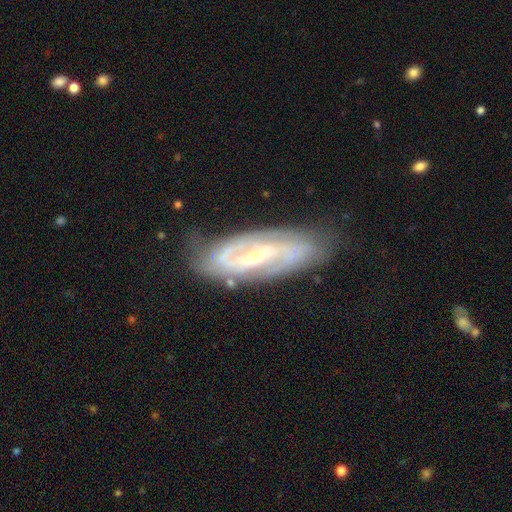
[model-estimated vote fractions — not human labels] A featured or disk galaxy (86%) with a weak bar (44%), 2 (80%) medium (47%) spiral arms (96%) and a small central bulge (62%). Merging: none (77%).